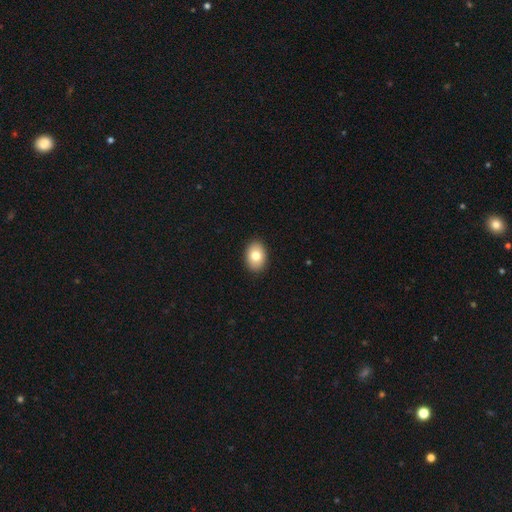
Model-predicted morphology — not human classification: Q: Smooth or featured?
A: smooth (80%); runner-up: featured or disk (13%)
Q: How rounded?
A: in between (80%); runner-up: round (19%)
Q: Merging?
A: none (91%); runner-up: minor disturbance (7%)